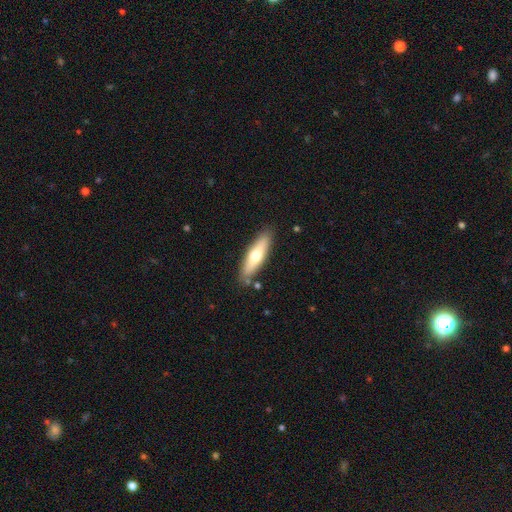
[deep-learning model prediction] smooth-or-featured: smooth: 59% | featured or disk: 36% | star or artifact: 5%
  how-rounded: cigar-shaped: 63% | in between: 35% | round: 2%
  merging: none: 85% | minor disturbance: 10% | merger: 3% | major disturbance: 2%